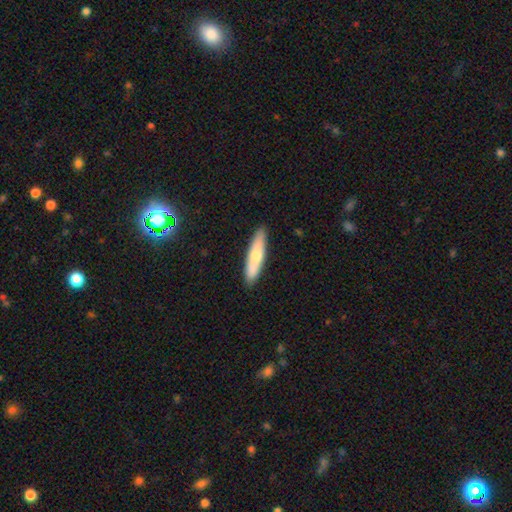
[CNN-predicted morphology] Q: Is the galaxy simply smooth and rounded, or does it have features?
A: smooth — 58%.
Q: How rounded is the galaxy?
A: cigar-shaped — 82%.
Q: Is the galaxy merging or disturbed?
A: none — 88%.